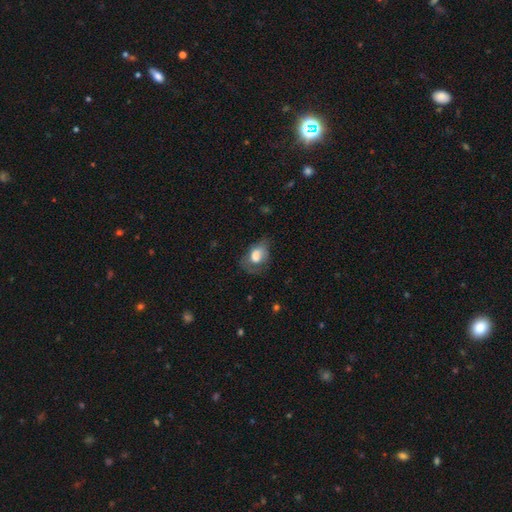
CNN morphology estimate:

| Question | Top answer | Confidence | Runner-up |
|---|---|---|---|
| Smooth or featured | smooth | 68% | featured or disk (23%) |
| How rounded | in between | 77% | round (22%) |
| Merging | major disturbance | 35% | none (31%) |